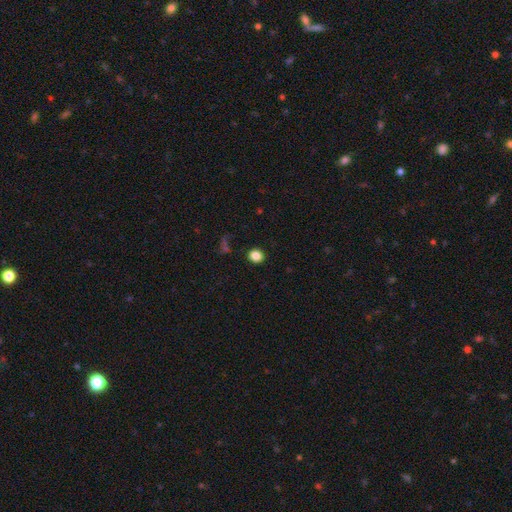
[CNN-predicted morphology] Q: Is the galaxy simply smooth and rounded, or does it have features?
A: smooth — 85%.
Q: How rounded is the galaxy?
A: round — 78%.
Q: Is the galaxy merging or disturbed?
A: none — 90%.